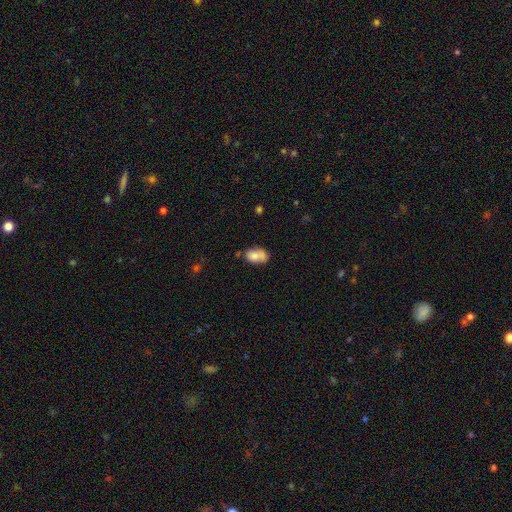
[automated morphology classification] Overall: smooth (75%). How rounded: in between (88%). Merging: none (46%; minor disturbance 25%).